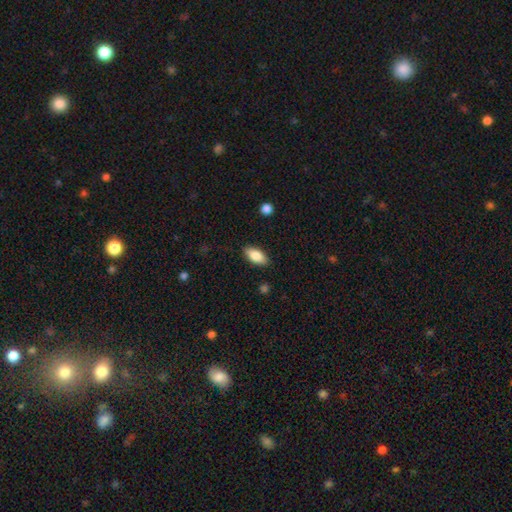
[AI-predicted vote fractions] Smooth or featured? Predicted: smooth (p=0.83). How rounded? Predicted: in between (p=0.90). Merging? Predicted: none (p=0.87).